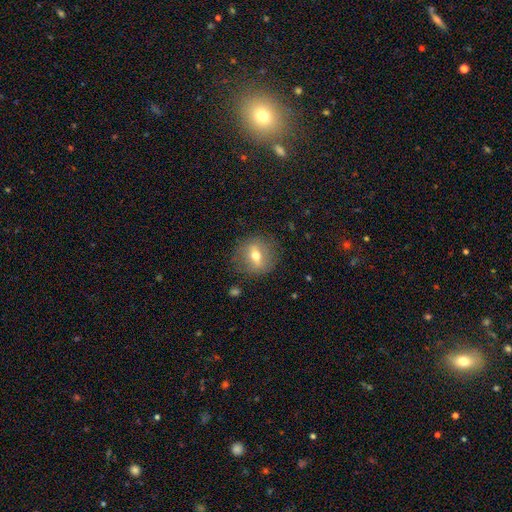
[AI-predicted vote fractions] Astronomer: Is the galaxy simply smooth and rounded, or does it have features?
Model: smooth — 47% (runner-up: featured or disk, 43%).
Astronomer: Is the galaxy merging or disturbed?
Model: none — 83%.